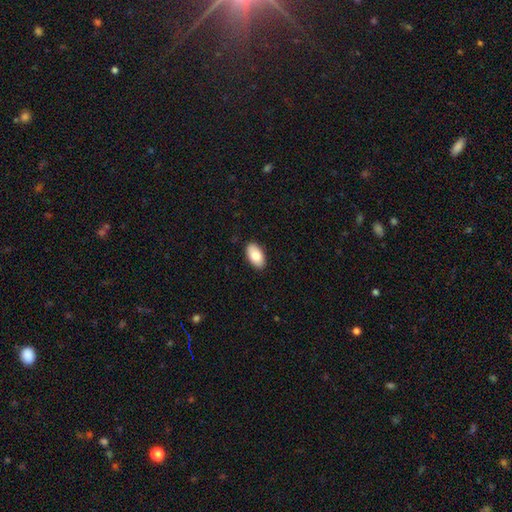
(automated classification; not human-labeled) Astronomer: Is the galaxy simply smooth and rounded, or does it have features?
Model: smooth — 82%.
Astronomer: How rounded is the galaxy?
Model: in between — 95%.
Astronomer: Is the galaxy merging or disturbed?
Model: none — 89%.